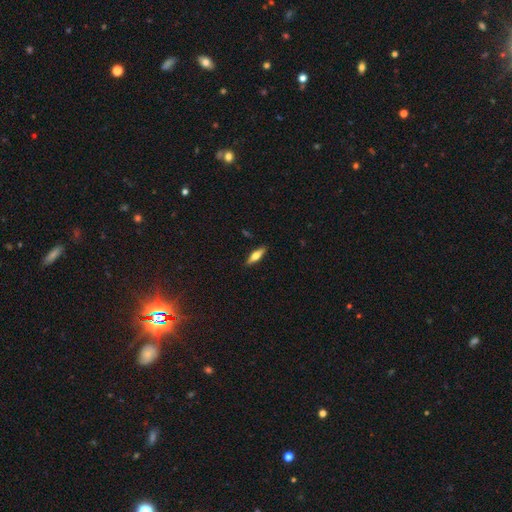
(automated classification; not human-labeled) A smooth galaxy with no disk features (47%, tied with featured or disk).

Vote fractions:
- Smooth or featured? smooth: 47% (tied) / featured or disk: 47% (tied) / star or artifact: 6%
- Merging? none: 90% / minor disturbance: 8% / major disturbance: 2% / merger: 1%